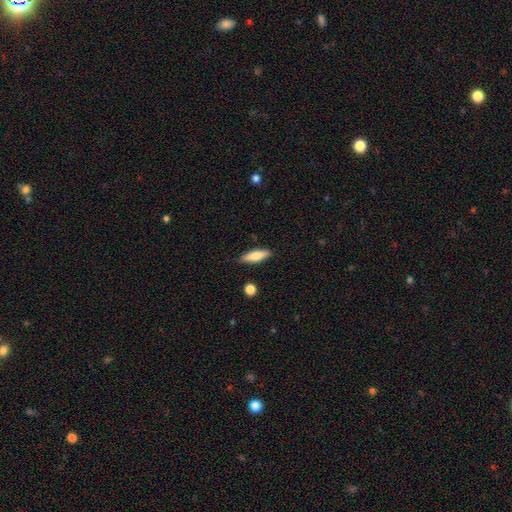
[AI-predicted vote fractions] smooth 70%, featured or disk 23%, star or artifact 6%. Down the decision tree: how rounded — cigar-shaped (50%); merging — none (85%).